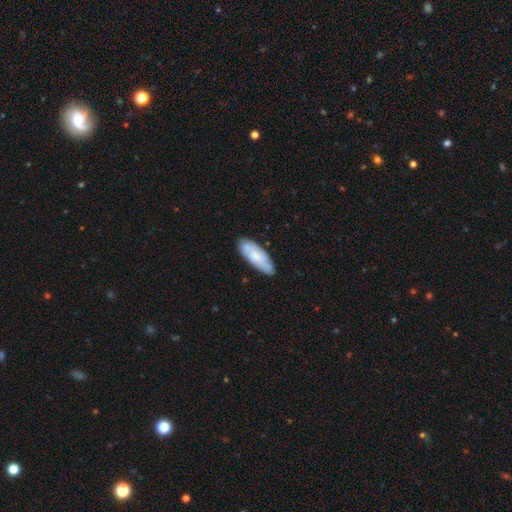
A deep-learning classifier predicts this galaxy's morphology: Overall: smooth (66%; featured or disk 29%). How rounded: in between (67%; cigar-shaped 31%). Merging: none (79%).